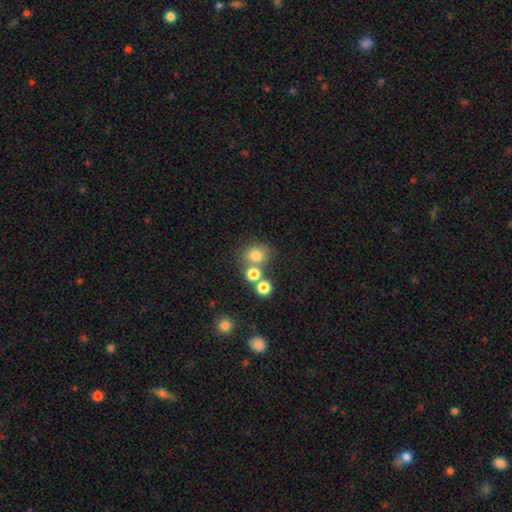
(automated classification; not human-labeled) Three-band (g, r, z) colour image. It shows a smooth galaxy with no disk features (75%) that is round (80%). Merging: none (62%).